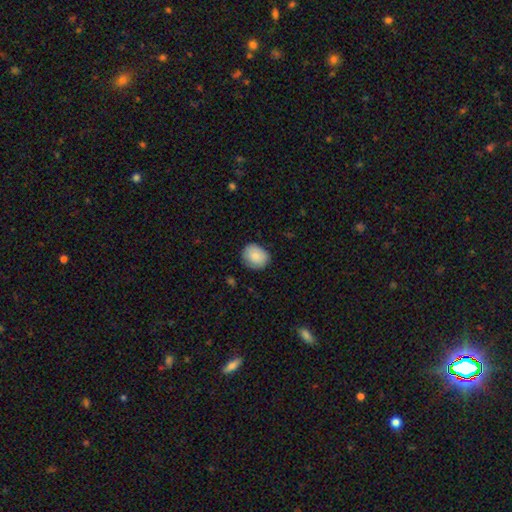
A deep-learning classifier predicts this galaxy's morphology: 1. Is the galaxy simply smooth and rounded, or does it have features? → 83% smooth, 10% featured or disk, 7% star or artifact.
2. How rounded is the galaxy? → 68% round, 32% in between, 1% cigar-shaped.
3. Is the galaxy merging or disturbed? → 80% none, 16% minor disturbance, 3% major disturbance, 1% merger.